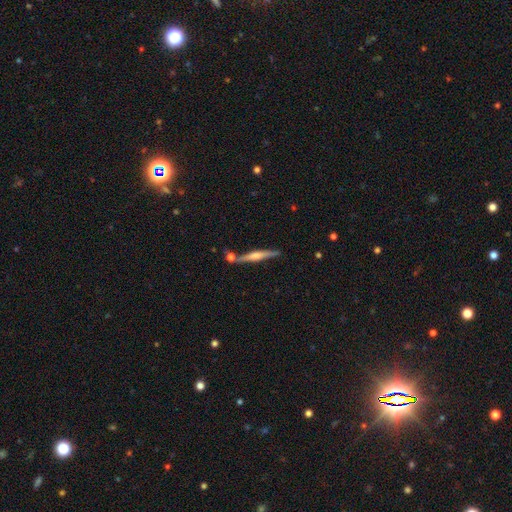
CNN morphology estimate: The model was most divided on "smooth or featured": featured or disk: 71%, smooth: 23%, star or artifact: 7%. More confident: edge-on disk — yes (98%); merging — none (82%); edge-on bulge — rounded (73%).